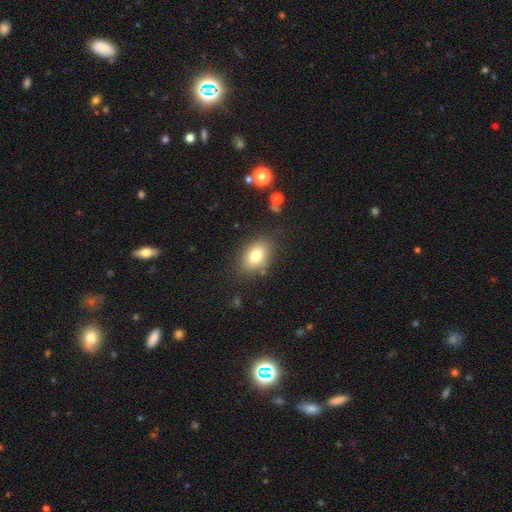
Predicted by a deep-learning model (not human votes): This is likely a smooth galaxy (78%). How rounded: clearly in between (81%). Merging: clearly none (81%).